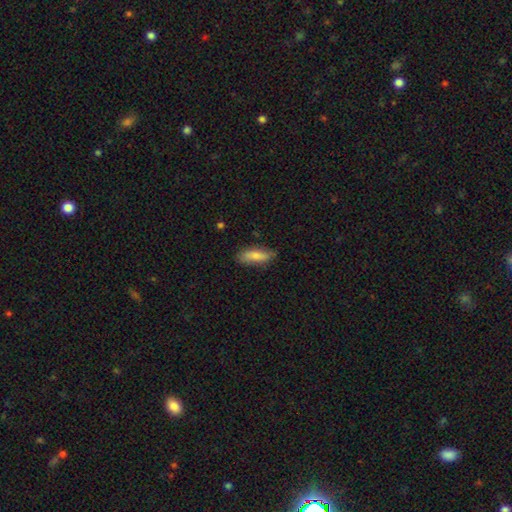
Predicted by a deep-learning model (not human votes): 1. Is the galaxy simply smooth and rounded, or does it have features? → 76% smooth, 18% featured or disk, 6% star or artifact.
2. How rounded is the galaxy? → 62% in between, 36% cigar-shaped, 2% round.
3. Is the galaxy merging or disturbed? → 77% none, 18% minor disturbance, 3% major disturbance, 1% merger.